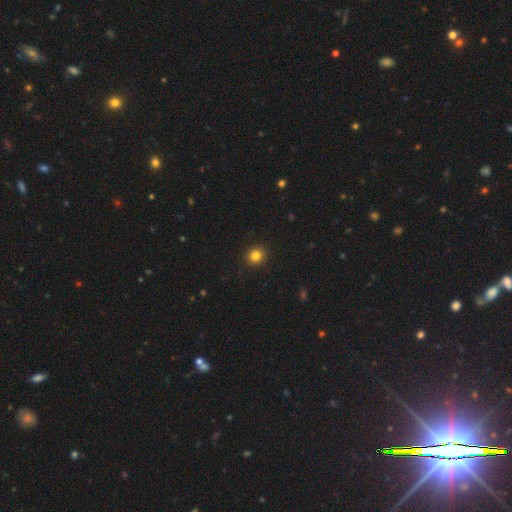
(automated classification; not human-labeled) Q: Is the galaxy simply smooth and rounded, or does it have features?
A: smooth — 83%.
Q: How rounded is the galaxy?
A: round — 87%.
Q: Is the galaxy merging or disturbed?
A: none — 92%.